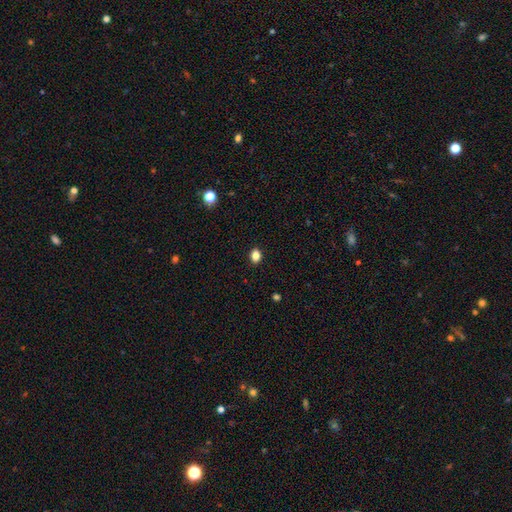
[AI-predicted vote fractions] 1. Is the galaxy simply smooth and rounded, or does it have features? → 84% smooth, 11% star or artifact, 4% featured or disk.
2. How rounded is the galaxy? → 64% in between, 35% round, 1% cigar-shaped.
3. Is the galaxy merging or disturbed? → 90% none, 7% minor disturbance, 2% major disturbance, 1% merger.